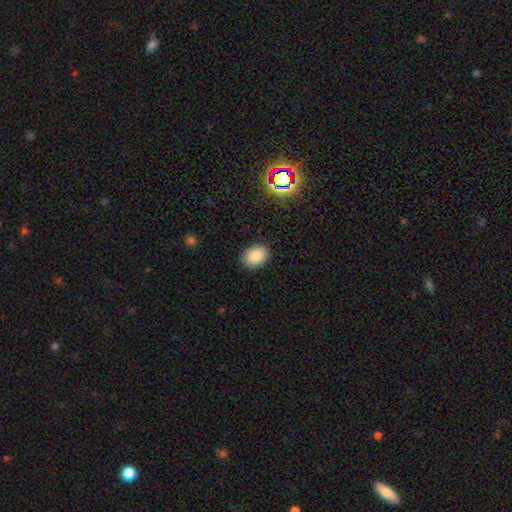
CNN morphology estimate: type=smooth (86%); roundness=in between (70%); merging=none (88%).